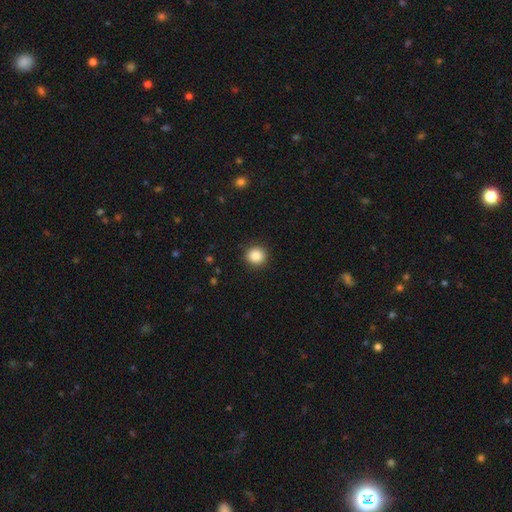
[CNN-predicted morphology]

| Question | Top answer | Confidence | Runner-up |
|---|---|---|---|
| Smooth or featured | smooth | 86% | star or artifact (10%) |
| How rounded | round | 93% | in between (6%) |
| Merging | none | 92% | minor disturbance (5%) |